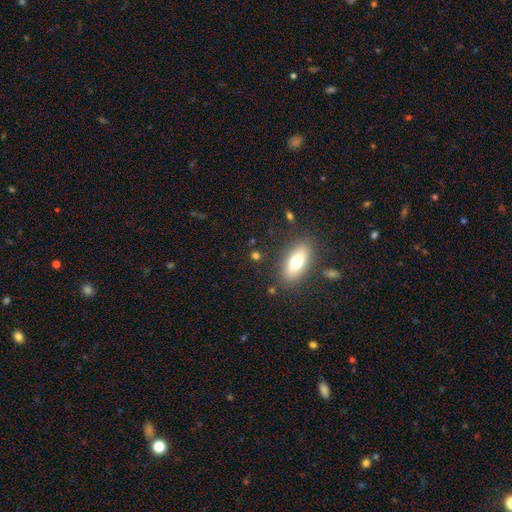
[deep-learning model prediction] A smooth galaxy with no disk features (71%) that is in between round and cigar-shaped (59%).

Vote fractions:
- Smooth or featured? smooth: 71% / featured or disk: 16% / star or artifact: 13%
- How rounded? in between: 59% / round: 26% / cigar-shaped: 15%
- Merging? none: 82% / minor disturbance: 10% / merger: 4% / major disturbance: 4%